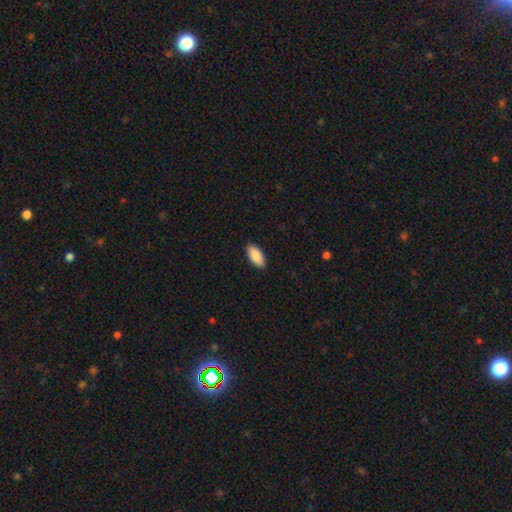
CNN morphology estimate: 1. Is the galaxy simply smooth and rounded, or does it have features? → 90% smooth, 6% star or artifact, 5% featured or disk.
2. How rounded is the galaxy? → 92% in between, 6% cigar-shaped, 2% round.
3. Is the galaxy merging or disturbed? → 89% none, 8% minor disturbance, 2% major disturbance, 1% merger.